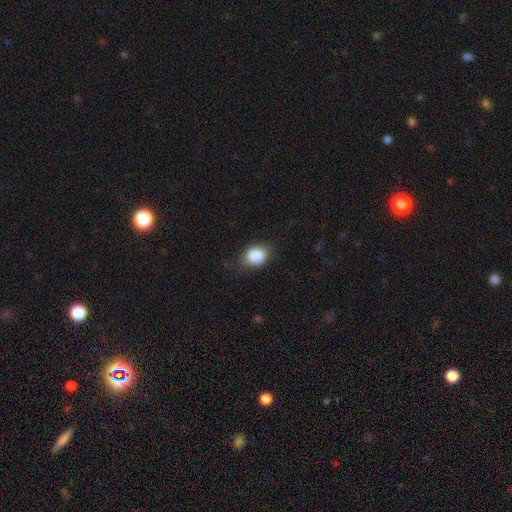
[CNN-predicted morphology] Smooth or featured? Predicted: smooth (p=0.85). How rounded? Predicted: in between (p=0.63). Merging? Predicted: none (p=0.78).